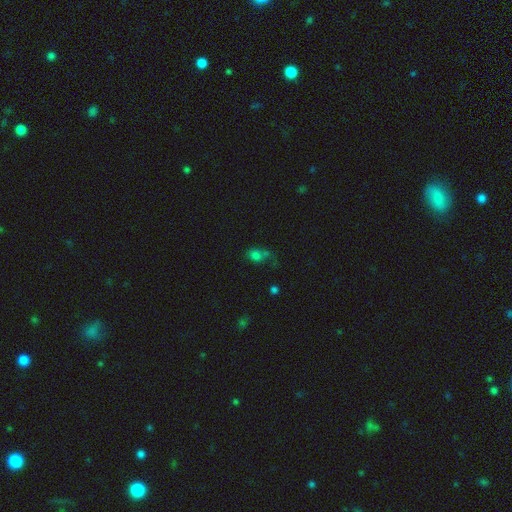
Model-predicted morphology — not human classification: Smooth or featured? smooth (68%)
How rounded? round (50%)
Merging? none (39%)